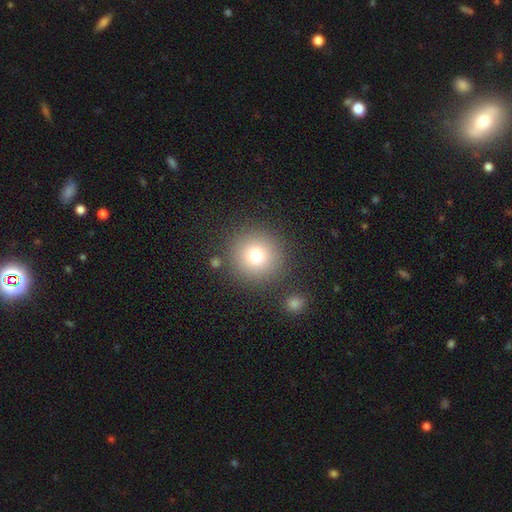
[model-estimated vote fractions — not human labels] Smooth or featured: smooth — 76% (star or artifact — 14%)
How rounded: round — 95% (in between — 4%)
Merging: none — 86% (minor disturbance — 7%)